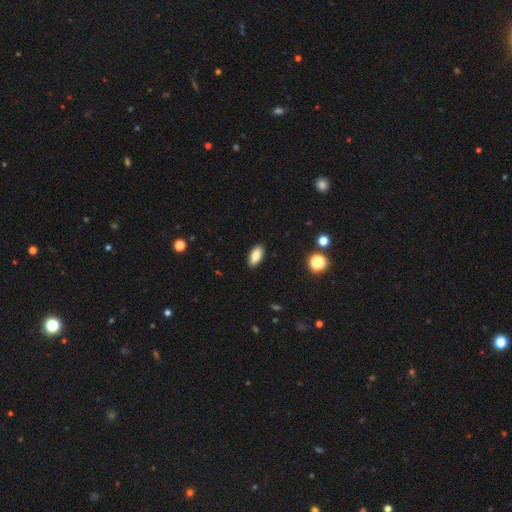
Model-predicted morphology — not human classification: Smooth or featured? smooth (86%)
How rounded? in between (90%)
Merging? none (90%)